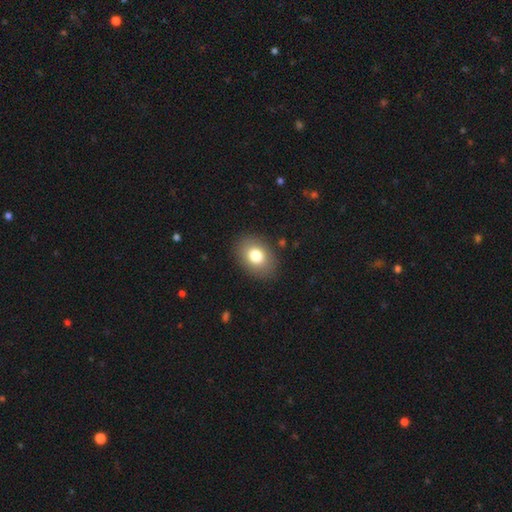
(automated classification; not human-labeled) Smooth or featured: smooth — 79% (featured or disk — 12%)
How rounded: in between — 72% (round — 27%)
Merging: none — 87% (minor disturbance — 9%)